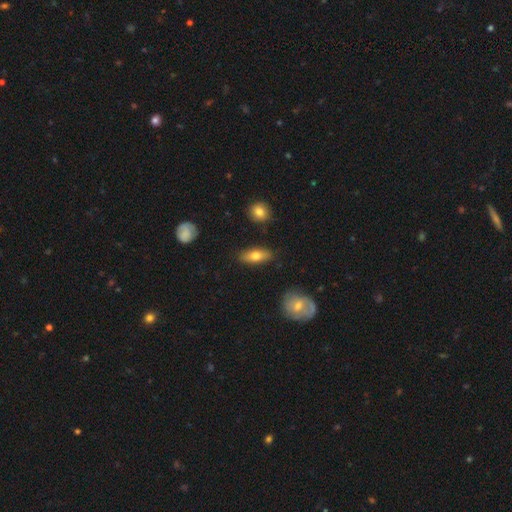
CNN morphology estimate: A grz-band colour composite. It shows a smooth galaxy with no disk features (71%) that is in between round and cigar-shaped (73%). Merging: none (85%).